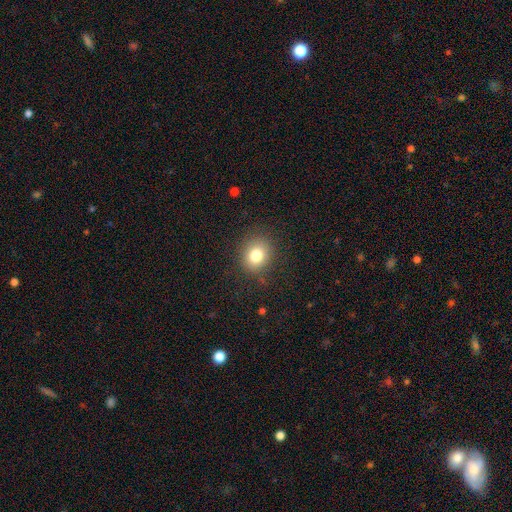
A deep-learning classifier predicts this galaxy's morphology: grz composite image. It shows a smooth galaxy with no disk features (77%) that is round (81%). Merging: none (91%).